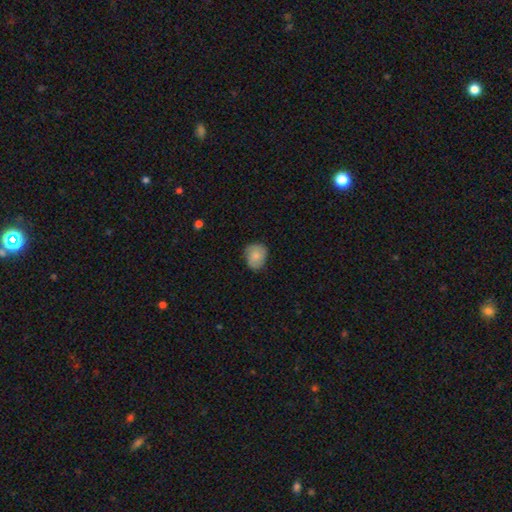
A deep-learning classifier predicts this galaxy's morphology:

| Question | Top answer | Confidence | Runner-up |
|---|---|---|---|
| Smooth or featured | smooth | 78% | featured or disk (15%) |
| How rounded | round | 64% | in between (35%) |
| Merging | none | 71% | minor disturbance (23%) |